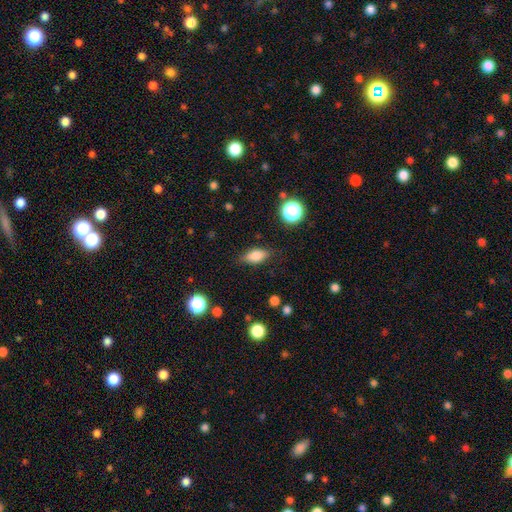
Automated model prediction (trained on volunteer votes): This is likely a smooth galaxy (78%). How rounded: clearly in between (83%). Merging: clearly none (81%).